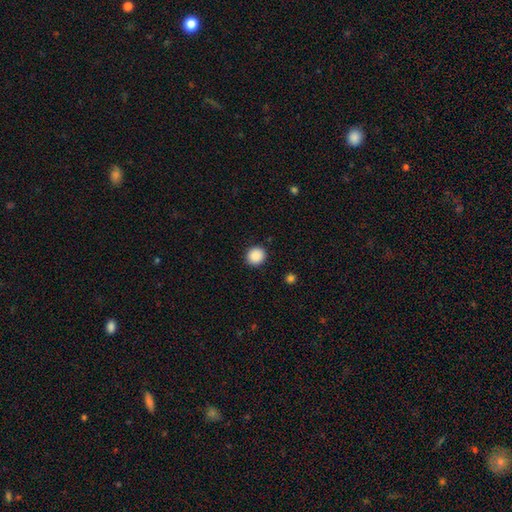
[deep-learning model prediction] smooth_or_featured: smooth (p=0.89) [alt: star or artifact p=0.08]
how_rounded: round (p=0.86) [alt: in between p=0.13]
merging: none (p=0.91) [alt: minor disturbance p=0.06]